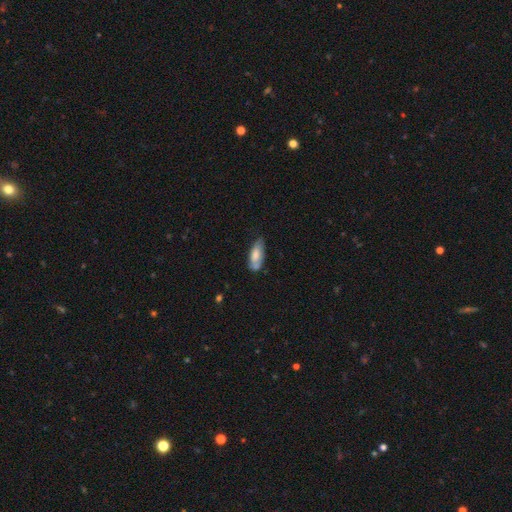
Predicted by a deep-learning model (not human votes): A smooth galaxy with no disk features (67%) that is in between round and cigar-shaped (79%). Merging: none (52%).